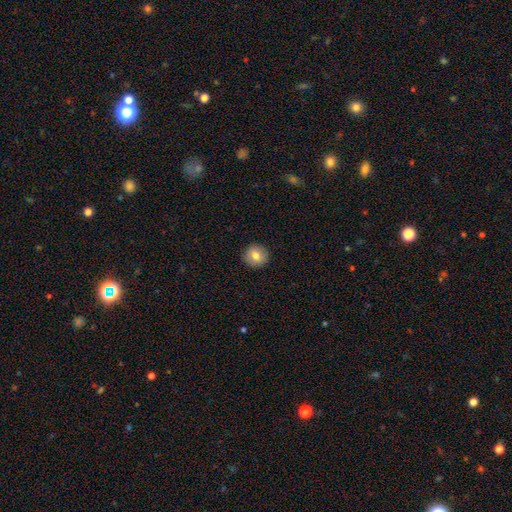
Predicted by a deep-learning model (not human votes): A smooth galaxy with no disk features (78%) that is round (92%). Merging: none (92%).